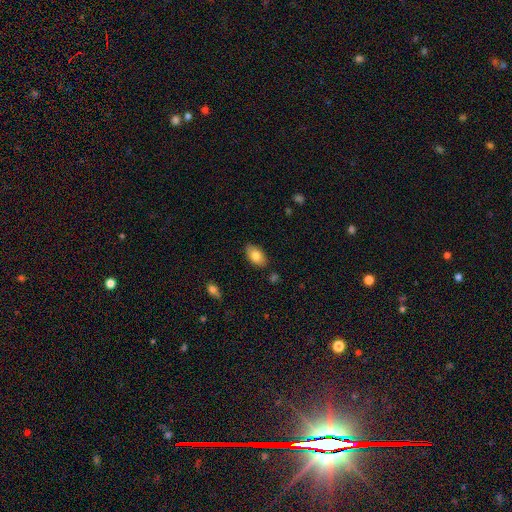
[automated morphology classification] Smooth or featured? smooth (79%)
How rounded? in between (94%)
Merging? none (85%)